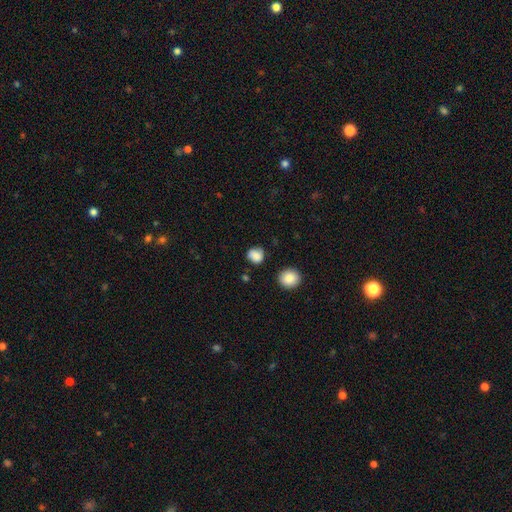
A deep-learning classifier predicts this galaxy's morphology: Smooth or featured? smooth (82%)
How rounded? round (78%)
Merging? none (73%)